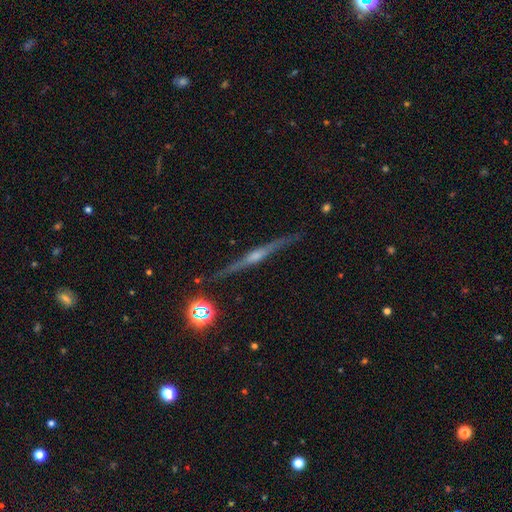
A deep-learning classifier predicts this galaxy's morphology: A featured or disk galaxy (82%) viewed edge-on (98%) with a rounded central bulge (79%).

Vote fractions:
- Smooth or featured? featured or disk: 82% / smooth: 9% / star or artifact: 8%
- Edge-on disk? yes: 98% / no: 2%
- Edge-on bulge? rounded: 79% / none: 12% / boxy: 9%
- Merging? none: 89% / minor disturbance: 7% / major disturbance: 2% / merger: 2%